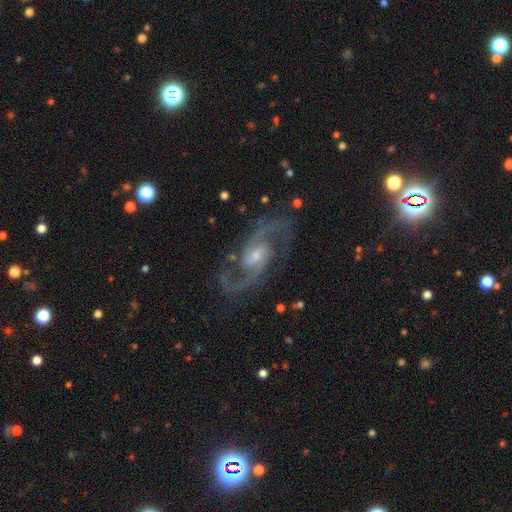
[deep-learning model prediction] A featured or disk galaxy (93%) with a weak bar (51%), 2 (94%) medium (65%) spiral arms (98%) and a small central bulge (49%). Merging: none (81%).